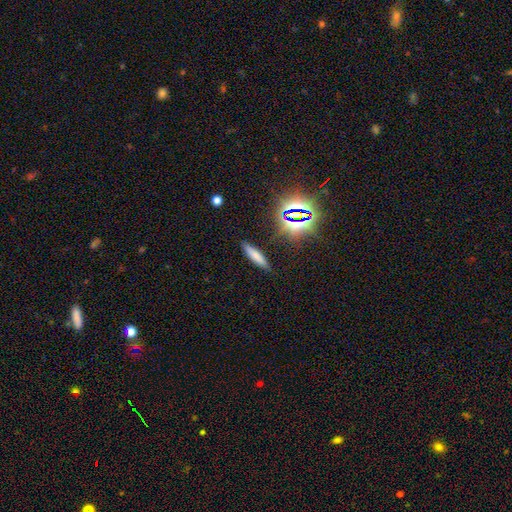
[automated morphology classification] Overall: smooth (70%). How rounded: cigar-shaped (80%). Merging: none (87%).